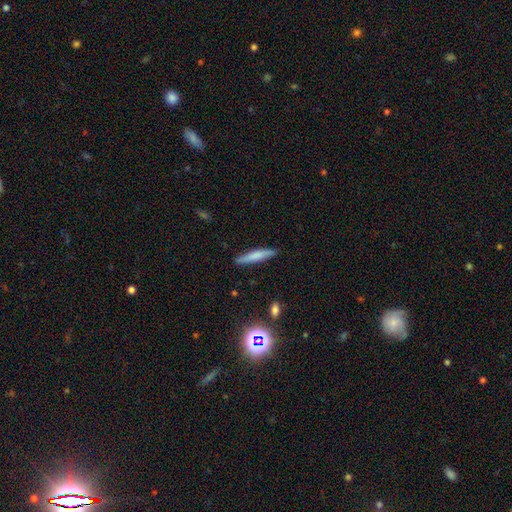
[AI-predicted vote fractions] Smooth or featured?
  - smooth: 67% *
  - featured or disk: 26%
  - star or artifact: 7%
How rounded?
  - cigar-shaped: 90% *
  - in between: 8%
  - round: 1%
Merging?
  - none: 87% *
  - minor disturbance: 9%
  - major disturbance: 2%
  - merger: 1%